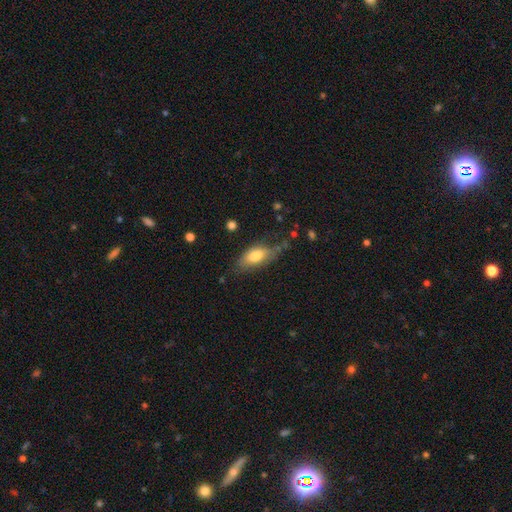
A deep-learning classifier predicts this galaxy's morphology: Overall: smooth (74%). How rounded: in between (85%). Merging: none (59%; minor disturbance 29%).